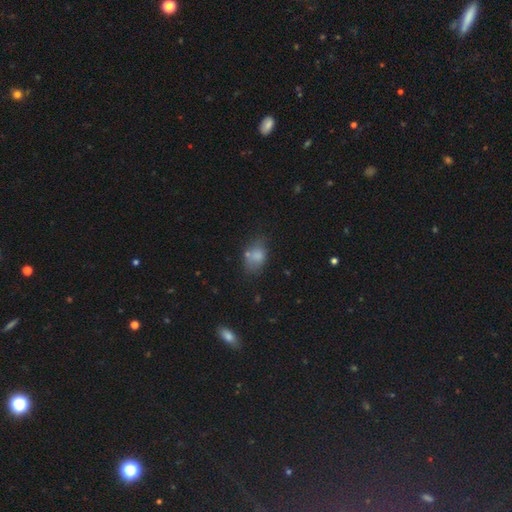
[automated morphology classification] This is likely a smooth galaxy (75%). How rounded: likely in between (78%). Merging: possibly none (47%).